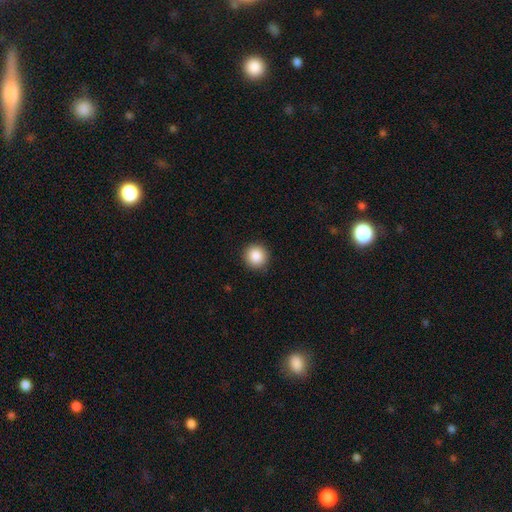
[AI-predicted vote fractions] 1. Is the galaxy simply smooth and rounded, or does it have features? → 88% smooth, 9% star or artifact, 3% featured or disk.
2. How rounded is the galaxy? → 94% round, 5% in between, 1% cigar-shaped.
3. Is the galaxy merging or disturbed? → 92% none, 6% minor disturbance, 2% major disturbance, 1% merger.